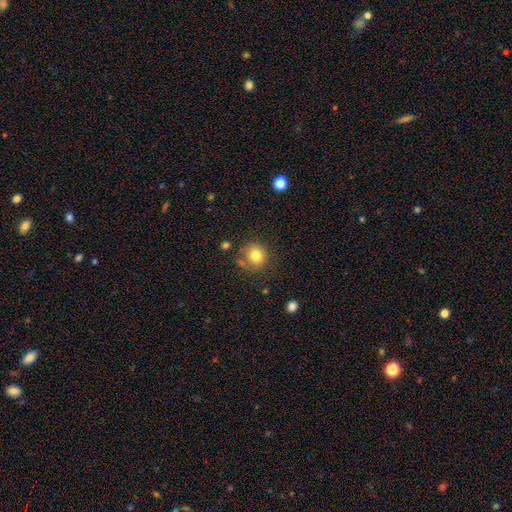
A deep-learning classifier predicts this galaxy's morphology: smooth_or_featured: smooth (p=0.80) [alt: star or artifact p=0.12]
how_rounded: round (p=0.90) [alt: in between p=0.09]
merging: none (p=0.75) [alt: minor disturbance p=0.14]